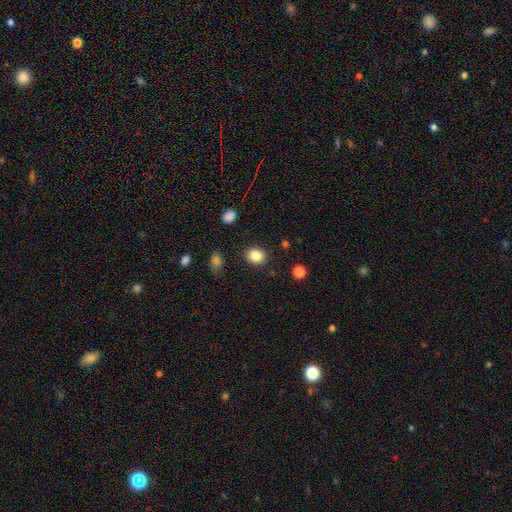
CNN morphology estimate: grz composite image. It shows a smooth galaxy with no disk features (85%) that is round (60%). Merging: none (88%).